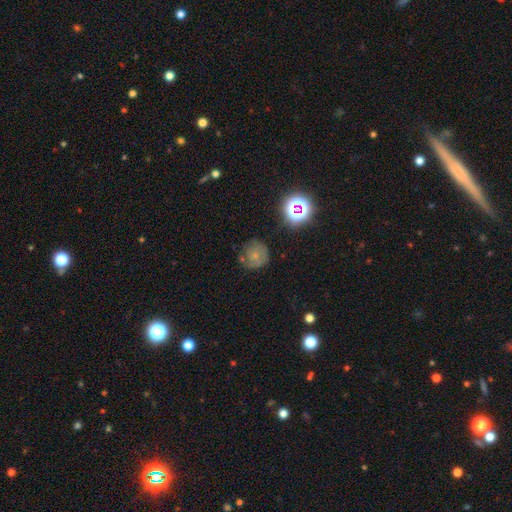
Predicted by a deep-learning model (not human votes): Smooth or featured? Predicted: smooth (p=0.51). How rounded? Predicted: round (p=0.88). Merging? Predicted: none (p=0.62).